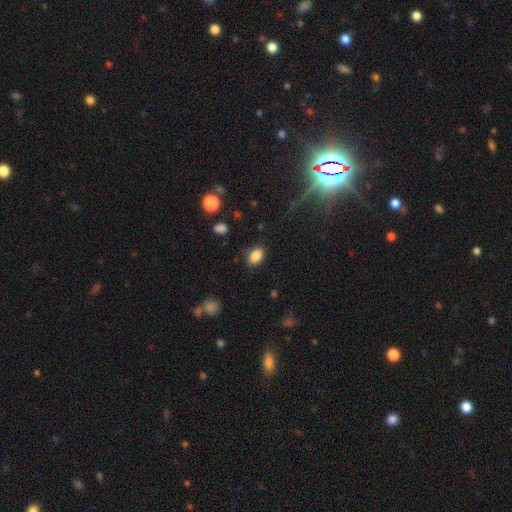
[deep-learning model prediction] smooth 86%, star or artifact 9%, featured or disk 4%. Down the decision tree: how rounded — in between (85%); merging — none (83%).